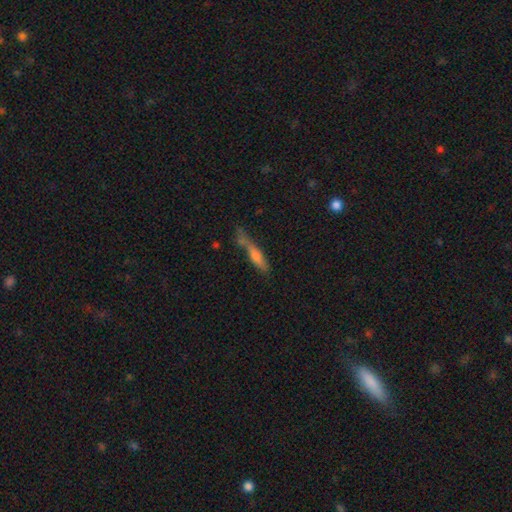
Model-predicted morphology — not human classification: Smooth or featured: smooth — 58% (featured or disk — 34%)
How rounded: cigar-shaped — 84% (in between — 14%)
Merging: none — 46% (minor disturbance — 25%)